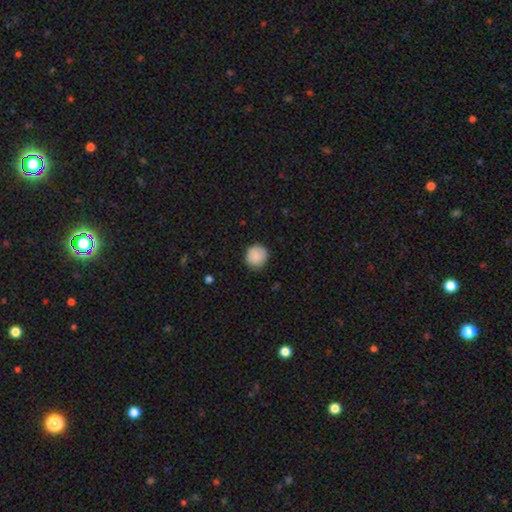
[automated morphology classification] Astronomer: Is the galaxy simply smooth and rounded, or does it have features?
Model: smooth — 88%.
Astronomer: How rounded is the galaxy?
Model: round — 91%.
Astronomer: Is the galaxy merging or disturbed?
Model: none — 86%.